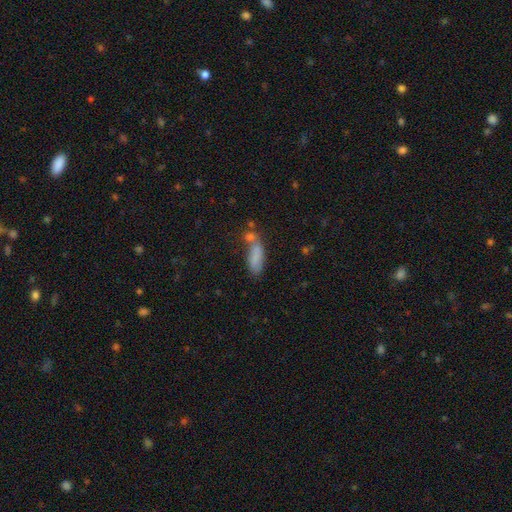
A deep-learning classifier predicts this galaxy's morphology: type=smooth (78%); roundness=in between (60%); merging=none (39%).